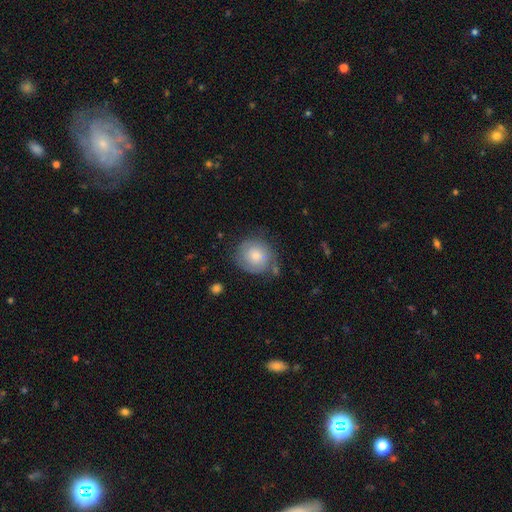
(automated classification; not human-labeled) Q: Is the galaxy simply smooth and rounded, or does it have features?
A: smooth — 58%.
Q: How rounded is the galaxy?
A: round — 83%.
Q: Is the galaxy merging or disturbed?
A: none — 64%.